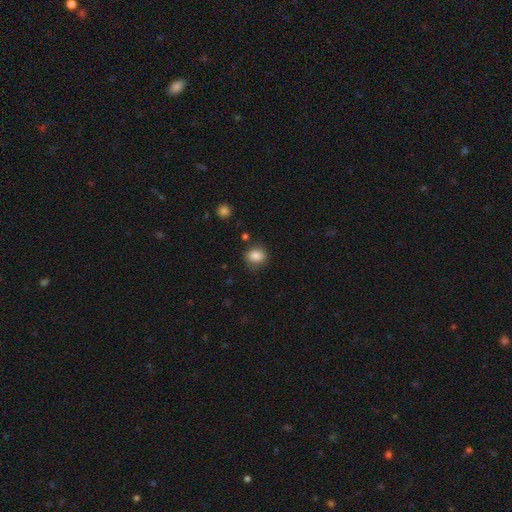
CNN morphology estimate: Smooth or featured?
  - smooth: 85% *
  - star or artifact: 10%
  - featured or disk: 6%
How rounded?
  - round: 61% *
  - in between: 38%
  - cigar-shaped: 1%
Merging?
  - none: 82% *
  - minor disturbance: 12%
  - major disturbance: 3%
  - merger: 2%